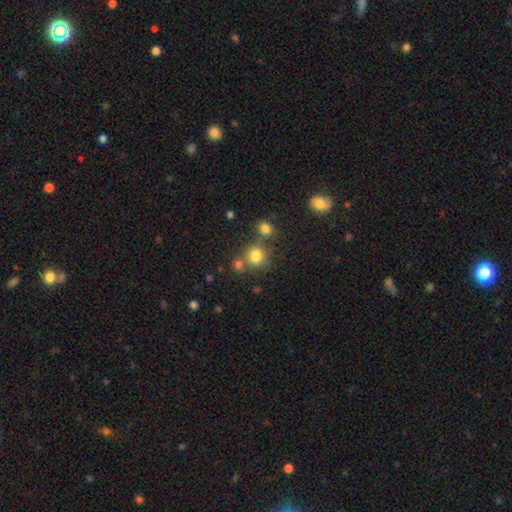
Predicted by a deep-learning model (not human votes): Q: Smooth or featured?
A: smooth (79%); runner-up: star or artifact (13%)
Q: How rounded?
A: round (86%); runner-up: in between (13%)
Q: Merging?
A: none (61%); runner-up: merger (24%)